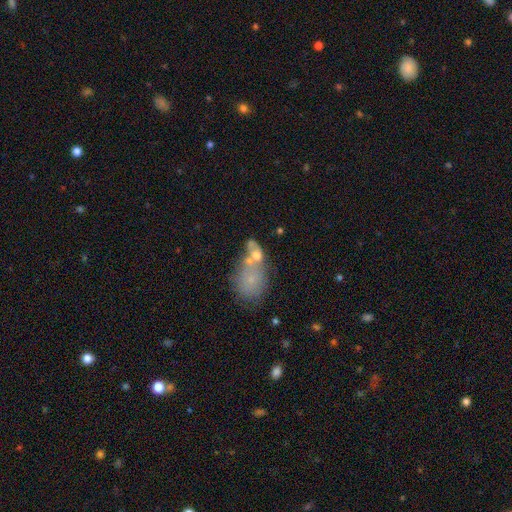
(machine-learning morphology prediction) A smooth galaxy with no disk features (53%) that is in between round and cigar-shaped (65%). Merging: merger (39%).